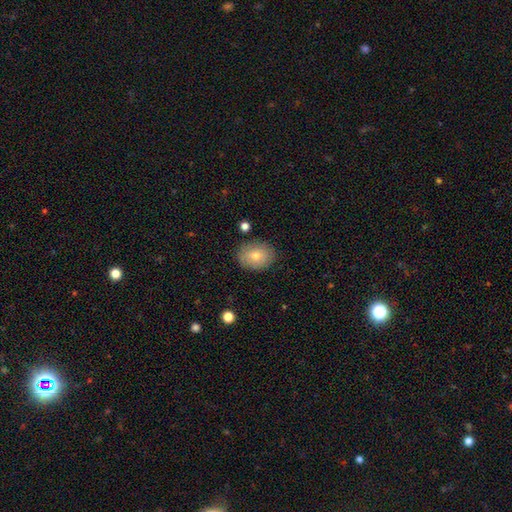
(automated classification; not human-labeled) Q: Smooth or featured?
A: smooth (71%); runner-up: featured or disk (19%)
Q: How rounded?
A: in between (60%); runner-up: round (39%)
Q: Merging?
A: none (84%); runner-up: minor disturbance (12%)